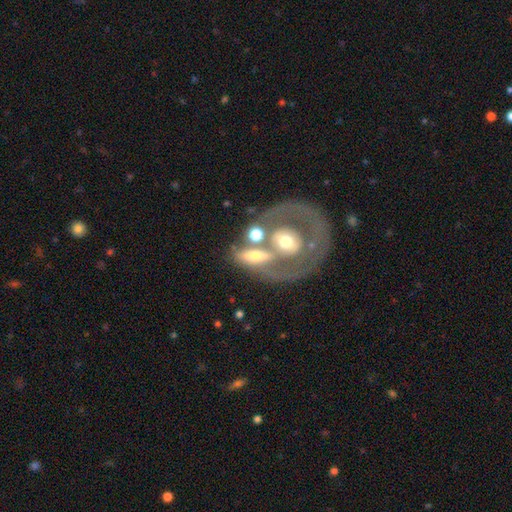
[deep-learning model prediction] The model was most divided on "merging": none: 44%, merger: 32%, minor disturbance: 13%, major disturbance: 10%. More confident: edge-on disk — no (89%); spiral arms — no (82%); bar — no (80%); bulge size — moderate (66%); smooth or featured — featured or disk (59%).